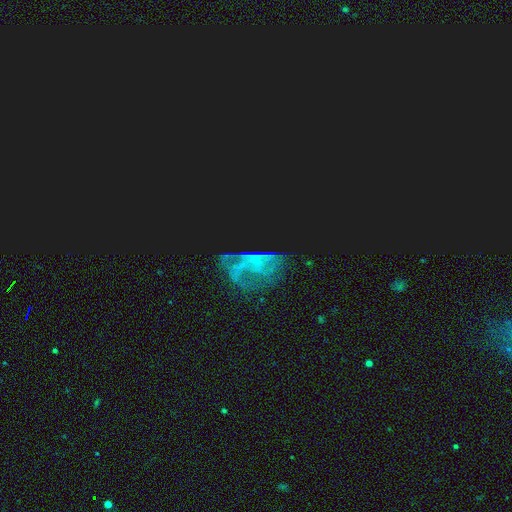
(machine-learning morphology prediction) A star or artifact, not a galaxy (55%).